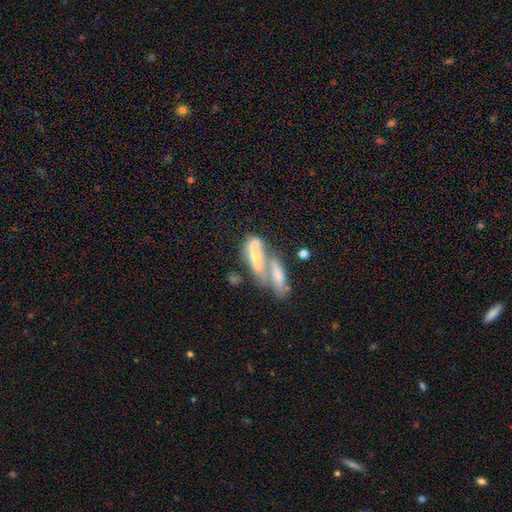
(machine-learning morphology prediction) Smooth or featured?
  - featured or disk: 48% *
  - smooth: 42%
  - star or artifact: 10%
Merging?
  - merger: 70% *
  - none: 15%
  - major disturbance: 8%
  - minor disturbance: 7%